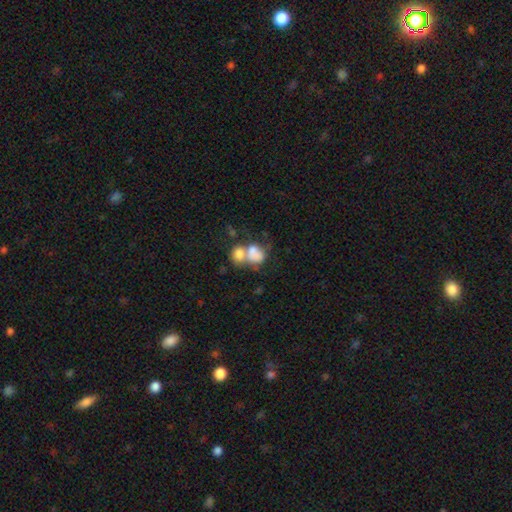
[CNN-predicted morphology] This appears to be a smooth galaxy with no disk features (71%) that is in between round and cigar-shaped (62%). Merging: merger (68%).